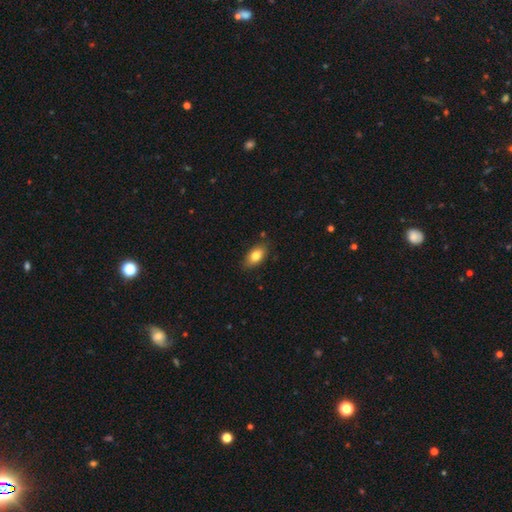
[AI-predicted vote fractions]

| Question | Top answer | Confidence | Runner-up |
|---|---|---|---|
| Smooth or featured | smooth | 81% | featured or disk (11%) |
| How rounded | in between | 90% | round (6%) |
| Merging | none | 83% | minor disturbance (13%) |